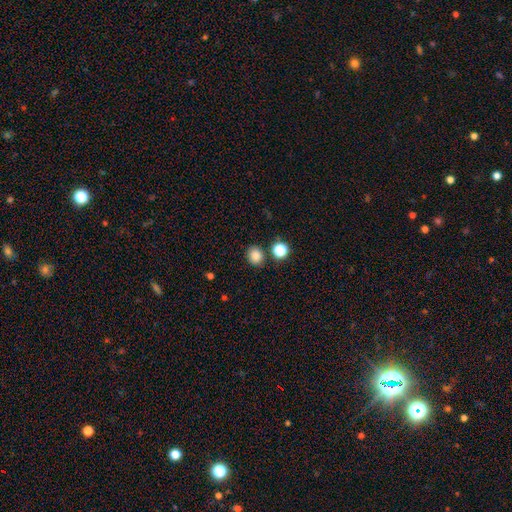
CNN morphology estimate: smooth_or_featured: smooth (p=0.84) [alt: star or artifact p=0.12]
how_rounded: round (p=0.72) [alt: in between p=0.27]
merging: none (p=0.81) [alt: minor disturbance p=0.10]